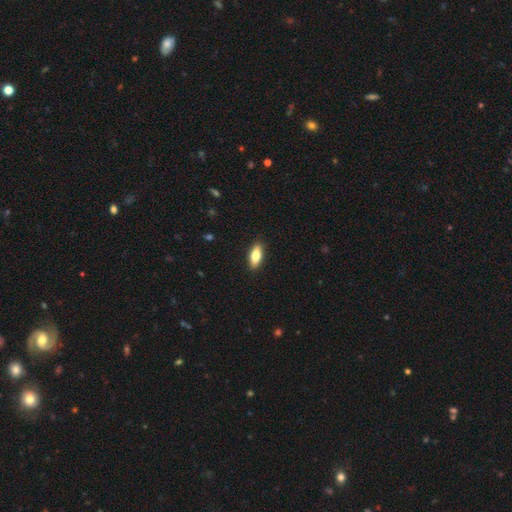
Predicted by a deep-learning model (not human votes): This is clearly a smooth galaxy (80%). How rounded: likely in between (78%). Merging: clearly none (89%).